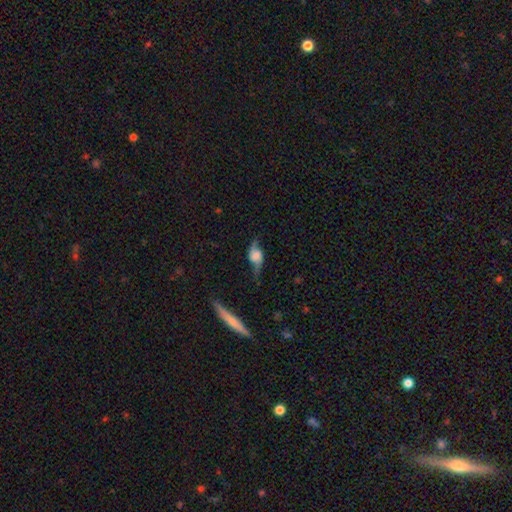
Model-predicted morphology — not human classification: This appears to be a featured or disk galaxy (72%) with no bar (60%), 2 (92%) loose (79%) spiral arms (92%) and no central bulge (34%). Merging: none (64%).